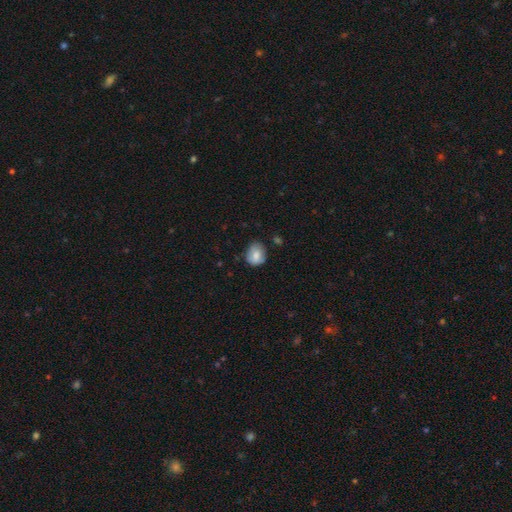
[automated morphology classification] Smooth or featured?
  - smooth: 77% *
  - featured or disk: 15%
  - star or artifact: 8%
How rounded?
  - round: 55% *
  - in between: 44%
  - cigar-shaped: 1%
Merging?
  - none: 63% *
  - minor disturbance: 28%
  - major disturbance: 6%
  - merger: 2%